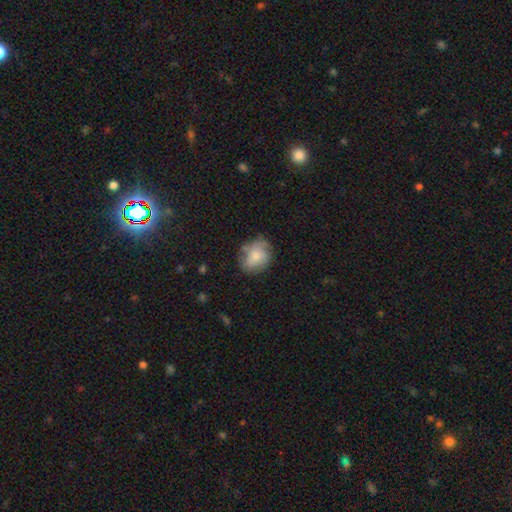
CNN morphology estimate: Smooth or featured?
  - smooth: 61% *
  - featured or disk: 31%
  - star or artifact: 8%
How rounded?
  - in between: 52% *
  - round: 46%
  - cigar-shaped: 1%
Merging?
  - none: 63% *
  - minor disturbance: 25%
  - major disturbance: 9%
  - merger: 2%